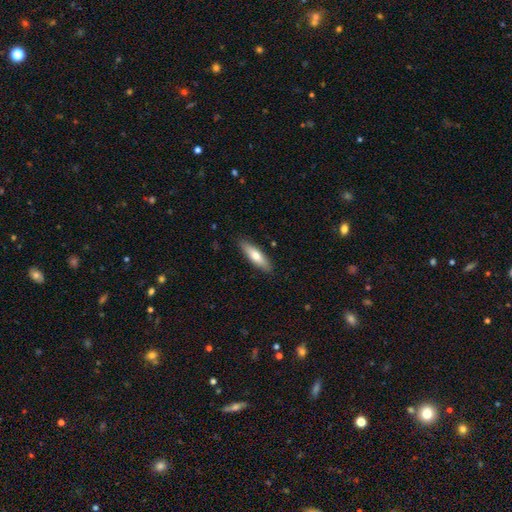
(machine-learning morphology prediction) Smooth or featured?
  - smooth: 67% *
  - featured or disk: 28%
  - star or artifact: 6%
How rounded?
  - cigar-shaped: 63% *
  - in between: 35%
  - round: 2%
Merging?
  - none: 88% *
  - minor disturbance: 9%
  - major disturbance: 2%
  - merger: 1%